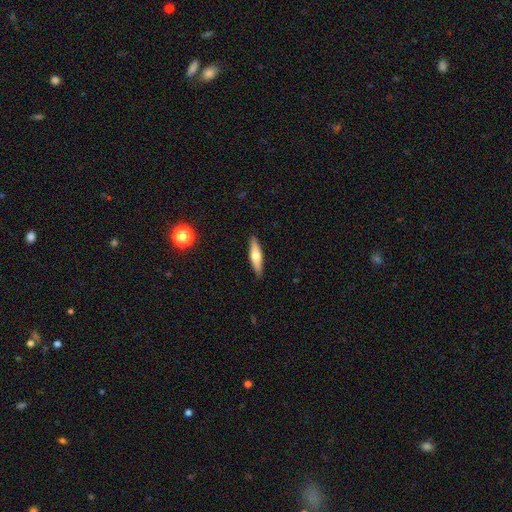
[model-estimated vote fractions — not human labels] smooth-or-featured: smooth: 52% | featured or disk: 42% | star or artifact: 6%
  how-rounded: cigar-shaped: 73% | in between: 24% | round: 2%
  merging: none: 90% | minor disturbance: 7% | major disturbance: 2% | merger: 1%